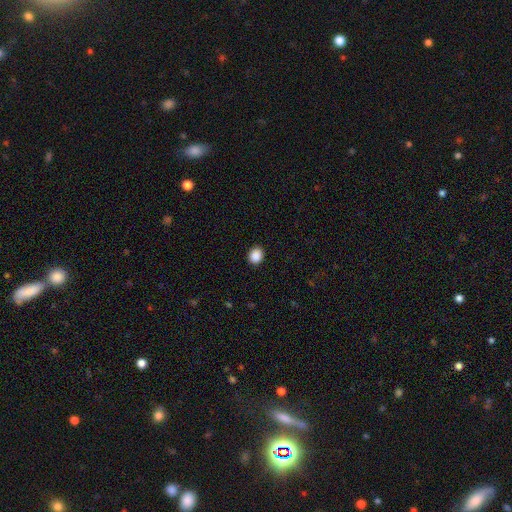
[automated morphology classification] Smooth or featured?
  - smooth: 89% *
  - star or artifact: 9%
  - featured or disk: 2%
How rounded?
  - round: 65% *
  - in between: 34%
  - cigar-shaped: 1%
Merging?
  - none: 91% *
  - minor disturbance: 7%
  - major disturbance: 2%
  - merger: 1%